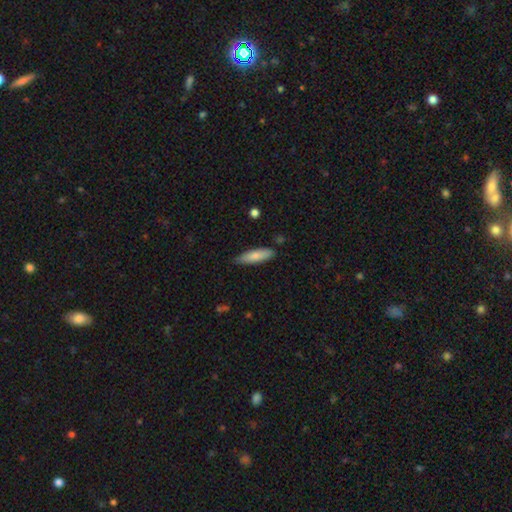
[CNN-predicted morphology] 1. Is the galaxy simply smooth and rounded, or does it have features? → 81% smooth, 14% featured or disk, 6% star or artifact.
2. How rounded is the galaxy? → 60% cigar-shaped, 38% in between, 2% round.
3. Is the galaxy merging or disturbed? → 80% none, 16% minor disturbance, 2% major disturbance, 2% merger.